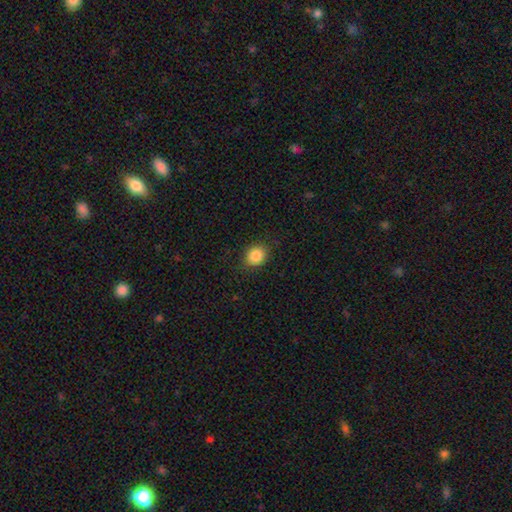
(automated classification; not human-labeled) smooth 86%, star or artifact 10%, featured or disk 4%. Down the decision tree: how rounded — round (73%); merging — none (86%).